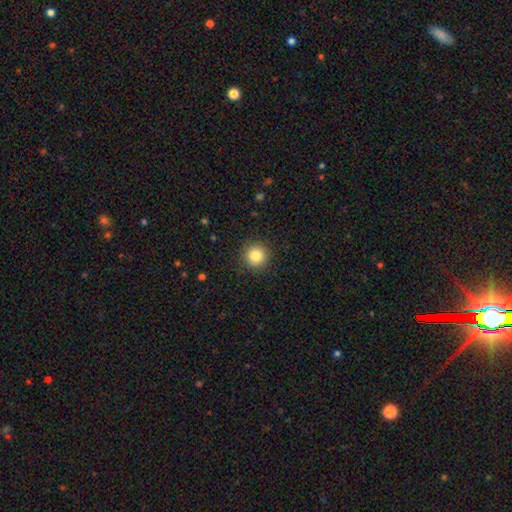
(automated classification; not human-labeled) smooth_or_featured: smooth (p=0.83) [alt: star or artifact p=0.10]
how_rounded: round (p=0.95) [alt: in between p=0.04]
merging: none (p=0.91) [alt: minor disturbance p=0.06]